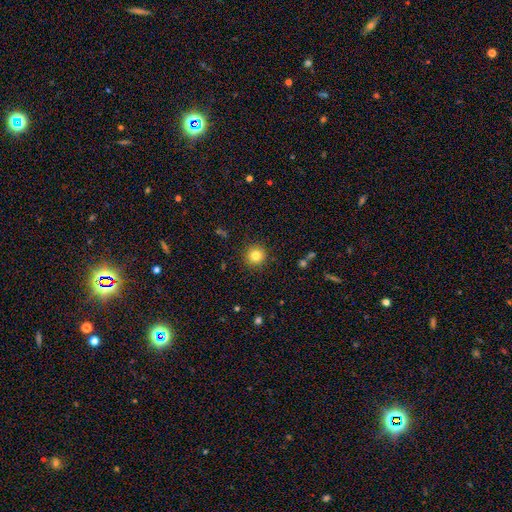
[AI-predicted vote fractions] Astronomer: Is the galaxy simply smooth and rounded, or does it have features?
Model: smooth — 82%.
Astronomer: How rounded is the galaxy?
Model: round — 95%.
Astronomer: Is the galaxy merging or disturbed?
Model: none — 91%.